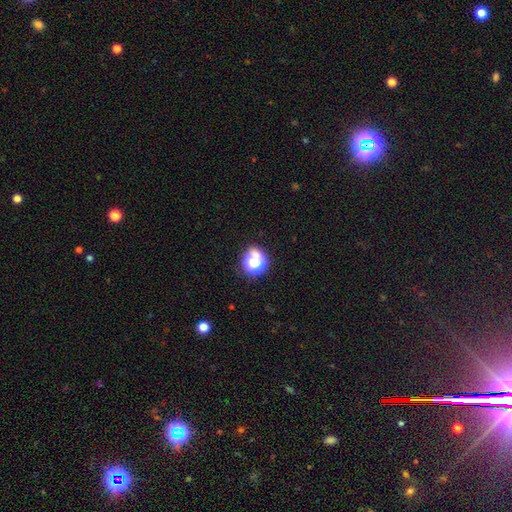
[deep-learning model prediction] Smooth or featured: smooth — 52% (star or artifact — 37%)
How rounded: round — 77% (in between — 22%)
Merging: none — 71% (minor disturbance — 14%)